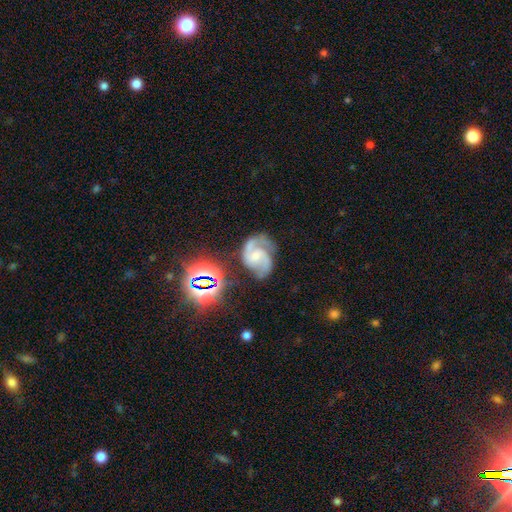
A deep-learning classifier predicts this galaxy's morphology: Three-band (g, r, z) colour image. It shows a featured or disk galaxy (85%) with no bar (53%), 2 (83%) medium (58%) spiral arms (97%) and a small central bulge (56%). Merging: none (61%).